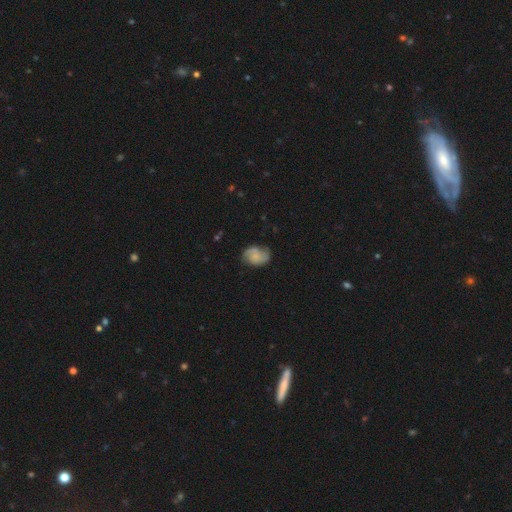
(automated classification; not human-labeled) This appears to be a featured or disk galaxy (48%). Merging: none (63%).